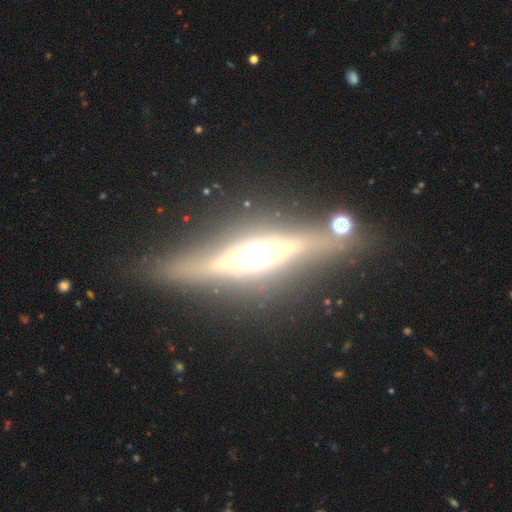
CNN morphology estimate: This is likely a featured or disk galaxy (76%). It is clearly viewed edge-on (89%). Edge-on bulge: clearly rounded (86%). Merging: likely none (76%).